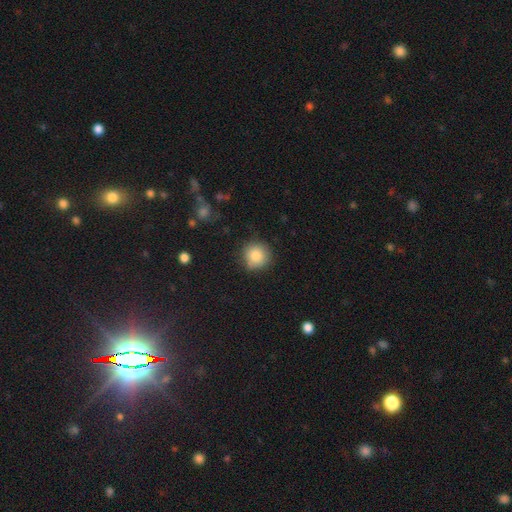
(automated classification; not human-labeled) This is clearly a smooth galaxy (85%). How rounded: clearly round (92%). Merging: clearly none (82%).